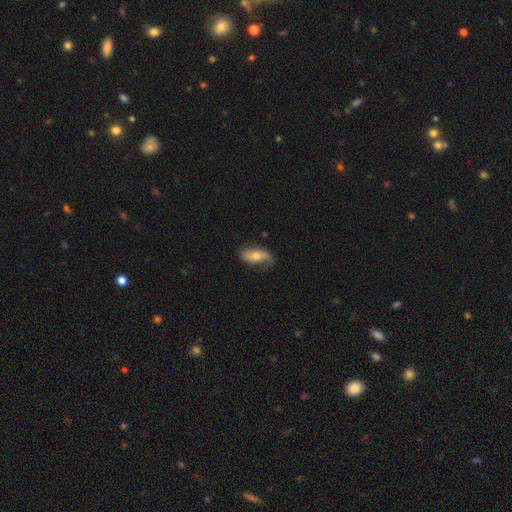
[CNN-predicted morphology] Smooth or featured?
  - smooth: 50% *
  - featured or disk: 43%
  - star or artifact: 7%
Merging?
  - none: 61% *
  - minor disturbance: 27%
  - major disturbance: 11%
  - merger: 2%